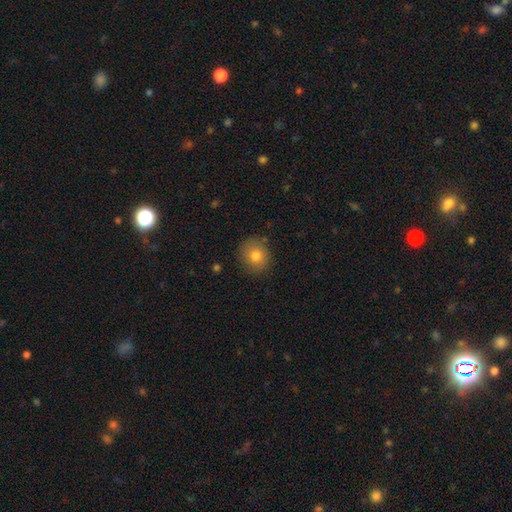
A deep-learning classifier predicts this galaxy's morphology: type=smooth (80%); roundness=round (81%); merging=none (84%).